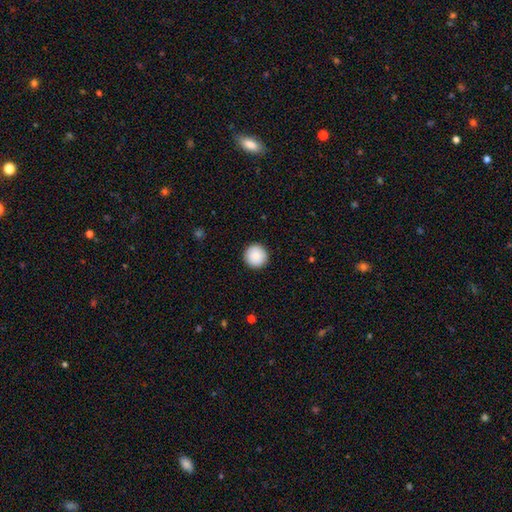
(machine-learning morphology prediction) Overall: smooth (88%). How rounded: round (96%). Merging: none (93%).